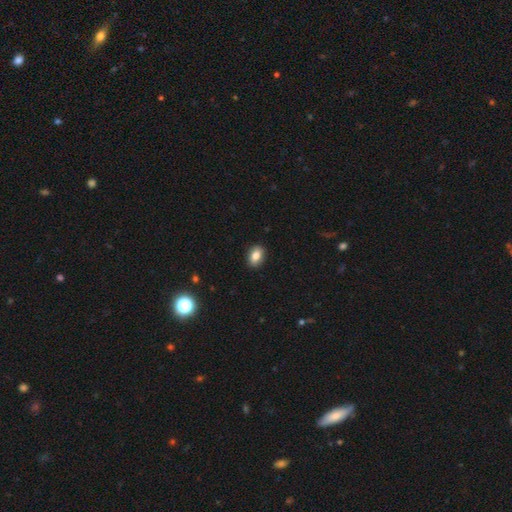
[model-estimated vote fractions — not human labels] The model was most divided on "how rounded": in between: 81%, round: 17%, cigar-shaped: 2%. More confident: merging — none (89%); smooth or featured — smooth (82%).